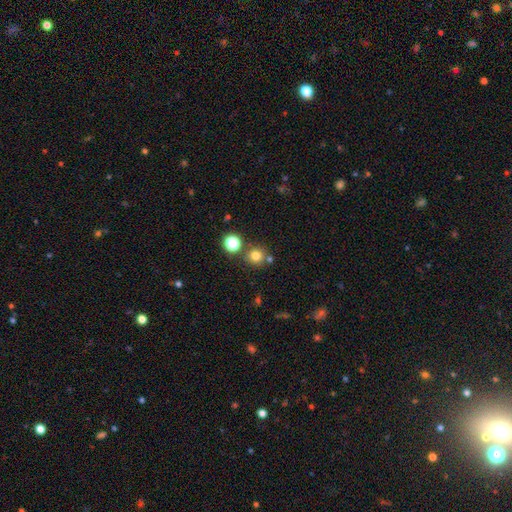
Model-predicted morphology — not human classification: smooth-or-featured: smooth: 77% | star or artifact: 16% | featured or disk: 7%
  how-rounded: round: 92% | in between: 7% | cigar-shaped: 1%
  merging: none: 76% | merger: 13% | minor disturbance: 8% | major disturbance: 3%